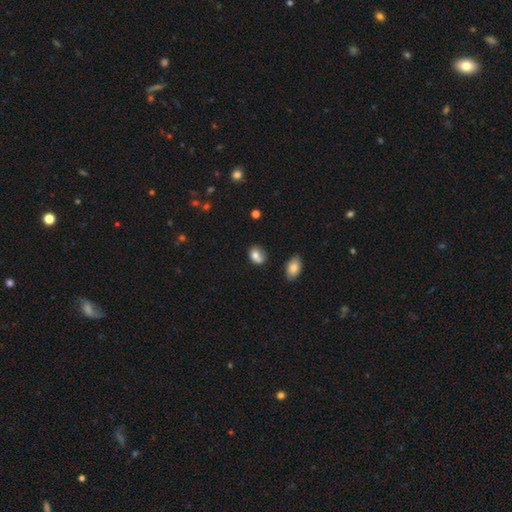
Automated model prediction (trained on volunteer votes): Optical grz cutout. It shows a smooth galaxy with no disk features (76%) that is in between round and cigar-shaped (59%). Merging: none (46%).